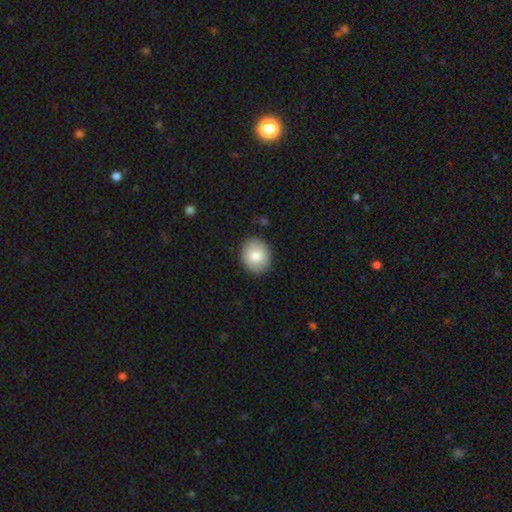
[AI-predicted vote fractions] A smooth galaxy with no disk features (84%) that is round (60%).

Vote fractions:
- Smooth or featured? smooth: 84% / featured or disk: 9% / star or artifact: 7%
- How rounded? round: 60% / in between: 39% / cigar-shaped: 1%
- Merging? none: 88% / minor disturbance: 9% / major disturbance: 2% / merger: 1%